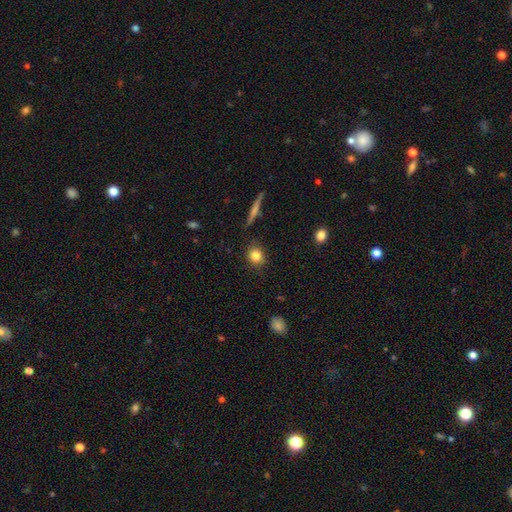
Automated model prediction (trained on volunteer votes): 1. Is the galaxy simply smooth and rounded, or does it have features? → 82% smooth, 10% star or artifact, 8% featured or disk.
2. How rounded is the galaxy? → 78% round, 20% in between, 2% cigar-shaped.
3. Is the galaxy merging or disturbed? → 87% none, 9% minor disturbance, 2% major disturbance, 2% merger.